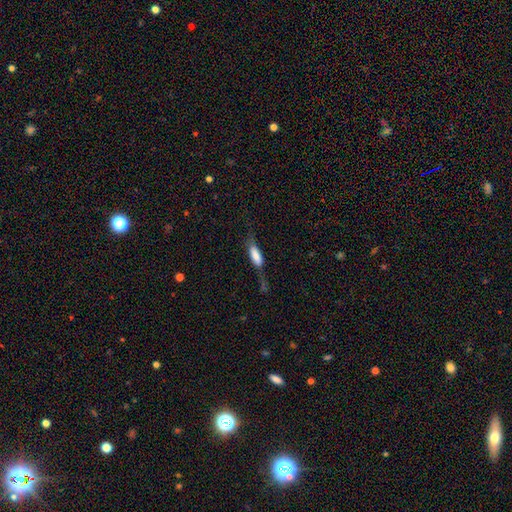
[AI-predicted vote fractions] A smooth galaxy with no disk features (69%) that is in between round and cigar-shaped (61%). Merging: none (44%).